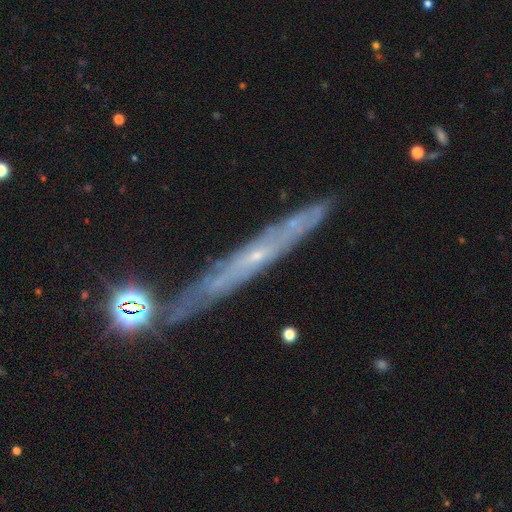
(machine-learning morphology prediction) This appears to be a featured or disk galaxy (74%) viewed edge-on (82%) with no central bulge (64%). Merging: none (79%).